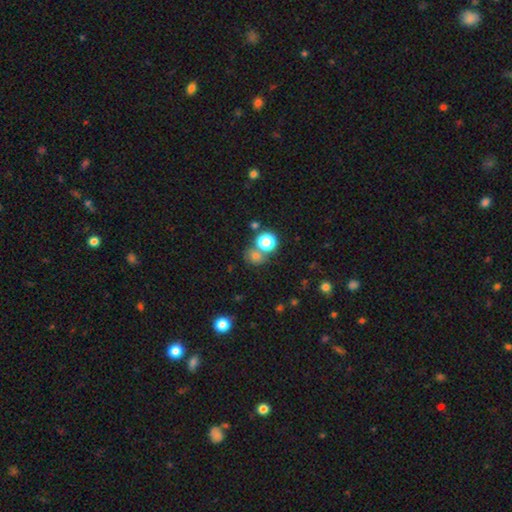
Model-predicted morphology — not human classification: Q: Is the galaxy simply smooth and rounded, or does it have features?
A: smooth — 69%.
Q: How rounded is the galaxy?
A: round — 75%.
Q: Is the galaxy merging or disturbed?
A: none — 57%.